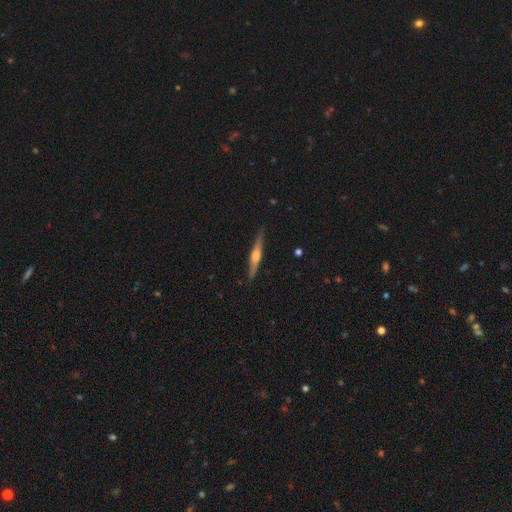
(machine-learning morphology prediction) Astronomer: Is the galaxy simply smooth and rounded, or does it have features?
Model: featured or disk — 79%.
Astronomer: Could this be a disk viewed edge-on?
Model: yes — 98%.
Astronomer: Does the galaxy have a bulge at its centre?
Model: rounded — 84%.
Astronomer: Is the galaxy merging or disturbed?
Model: none — 91%.